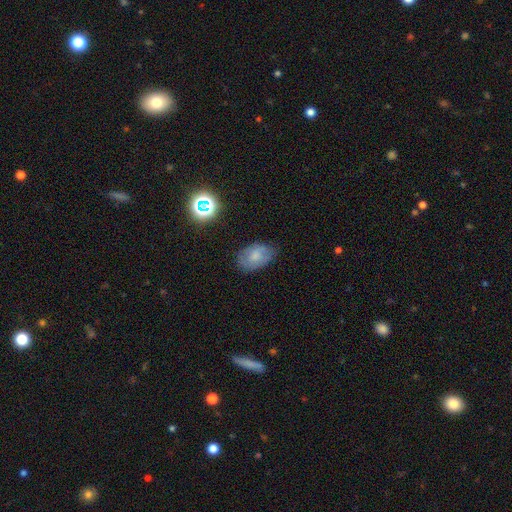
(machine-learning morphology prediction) Smooth or featured? Predicted: smooth (p=0.70). How rounded? Predicted: in between (p=0.86). Merging? Predicted: none (p=0.71).